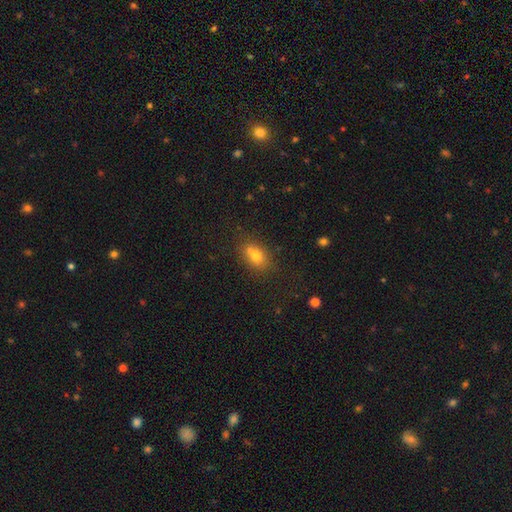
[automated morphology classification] Overall: smooth (71%). How rounded: in between (63%; round 35%). Merging: none (48%; merger 34%).